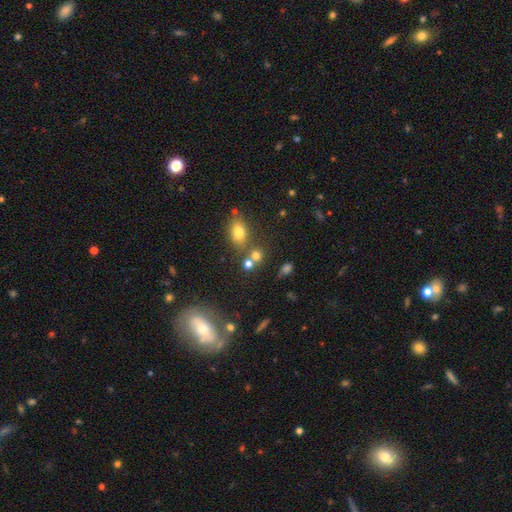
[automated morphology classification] smooth-or-featured: smooth: 71% | star or artifact: 19% | featured or disk: 10%
  how-rounded: round: 71% | in between: 27% | cigar-shaped: 2%
  merging: none: 56% | merger: 28% | minor disturbance: 11% | major disturbance: 5%